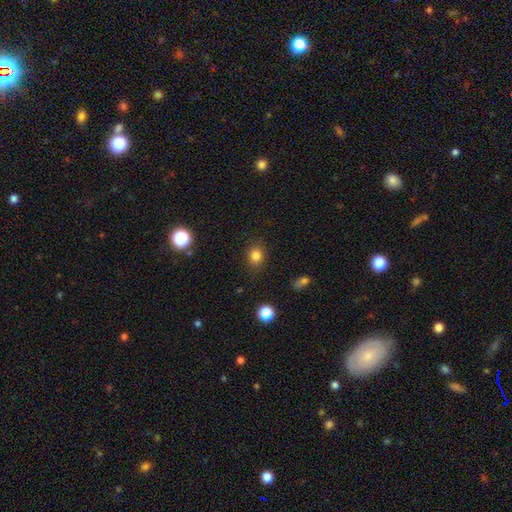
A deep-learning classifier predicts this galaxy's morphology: This is clearly a smooth galaxy (82%). How rounded: likely round (67%). Merging: clearly none (84%).